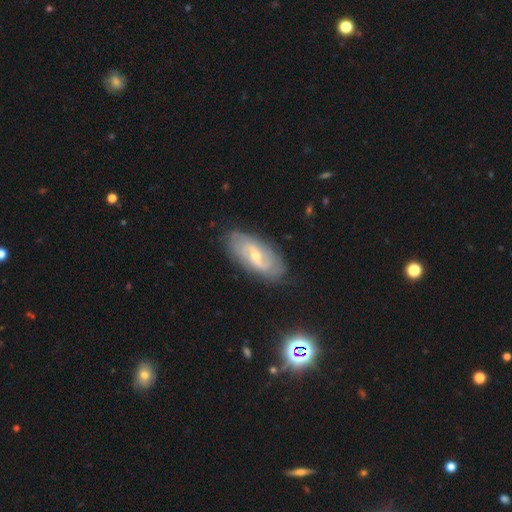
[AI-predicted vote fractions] A featured or disk galaxy (77%) with a weak bar (53%), 2 (52%) tight (41%) spiral arms (90%) and a small central bulge (57%).

Vote fractions:
- Smooth or featured? featured or disk: 77% / smooth: 15% / star or artifact: 8%
- Edge-on disk? no: 92% / yes: 8%
- Bar? weak: 53% / no: 29% / strong: 18%
- Spiral arms? yes: 90% / no: 10%
- Spiral winding? tight: 41% / medium: 38% / loose: 21%
- Spiral arm count? 2: 52% / can't tell: 31% / 3: 7% / 4: 4% / 1: 3% / more than 4: 3%
- Bulge size? small: 57% / moderate: 40% / none: 1% / large: 1% / dominant: 1%
- Merging? none: 81% / minor disturbance: 14% / major disturbance: 4% / merger: 1%